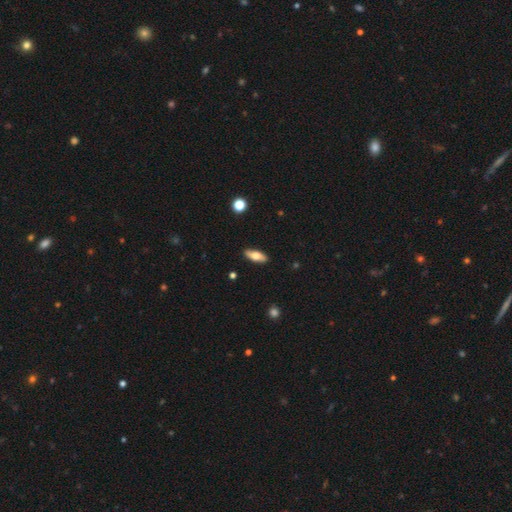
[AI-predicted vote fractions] Morphology: type=smooth (68%); roundness=in between (72%); merging=none (88%).